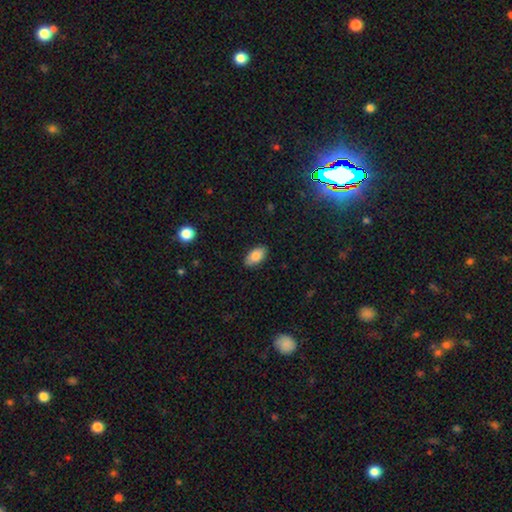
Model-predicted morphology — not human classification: Smooth or featured: smooth — 83% (featured or disk — 10%)
How rounded: in between — 93% (round — 4%)
Merging: none — 87% (minor disturbance — 9%)